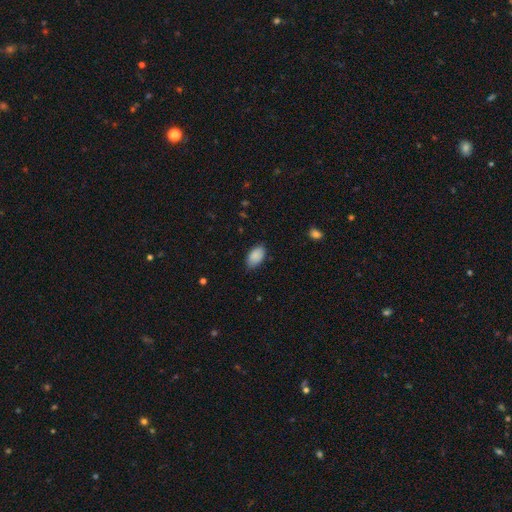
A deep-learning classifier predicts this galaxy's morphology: Smooth or featured: smooth — 88% (star or artifact — 7%)
How rounded: in between — 94% (round — 4%)
Merging: none — 78% (minor disturbance — 18%)